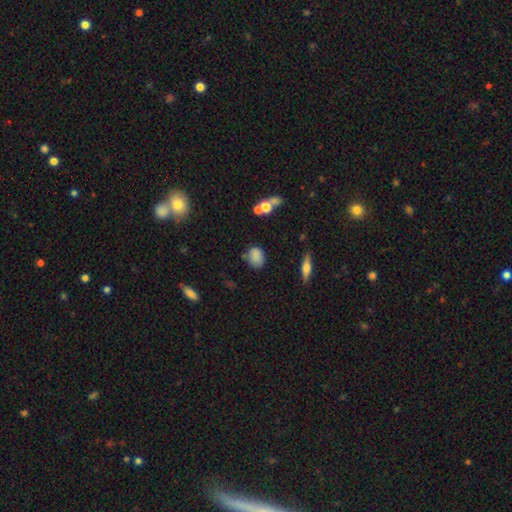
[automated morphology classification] The model was most divided on "how rounded": in between: 59%, round: 39%, cigar-shaped: 2%. More confident: smooth or featured — smooth (80%); merging — none (66%).